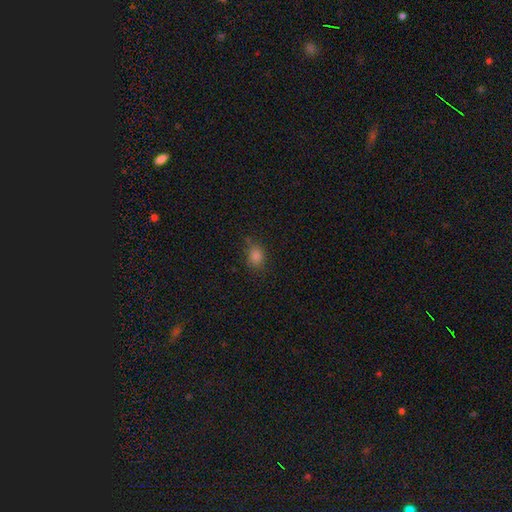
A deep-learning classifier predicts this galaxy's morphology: type=smooth (78%); roundness=in between (55%); merging=none (79%).